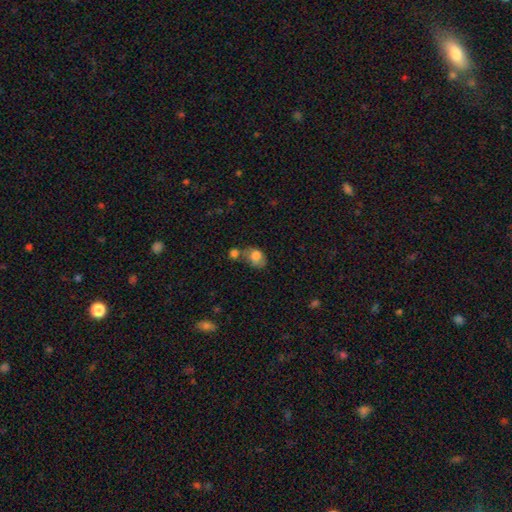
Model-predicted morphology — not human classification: A smooth galaxy with no disk features (73%) that is in between round and cigar-shaped (68%). Merging: none (38%).